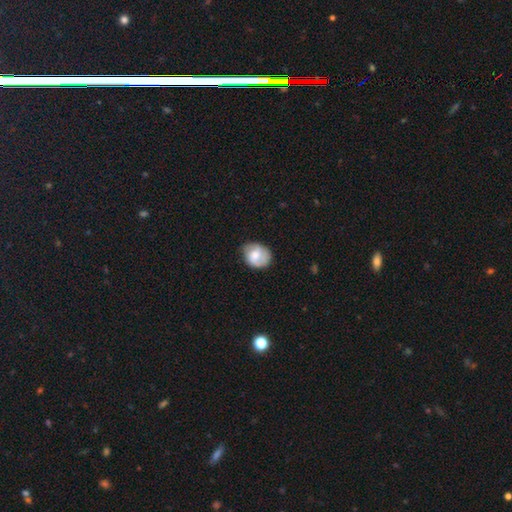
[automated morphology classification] Smooth or featured?
  - smooth: 62% *
  - featured or disk: 32%
  - star or artifact: 7%
How rounded?
  - round: 53% *
  - in between: 46%
  - cigar-shaped: 1%
Merging?
  - none: 65% *
  - minor disturbance: 27%
  - major disturbance: 7%
  - merger: 1%